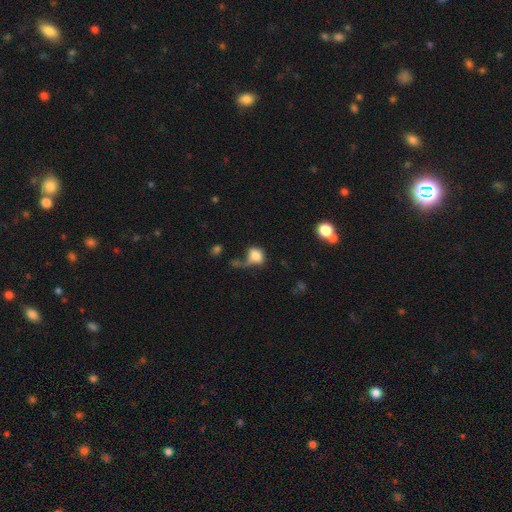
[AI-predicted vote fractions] The model was most divided on "merging": major disturbance: 32%, none: 29%, minor disturbance: 22%, merger: 18%. More confident: smooth or featured — smooth (76%); how rounded — in between (53%).